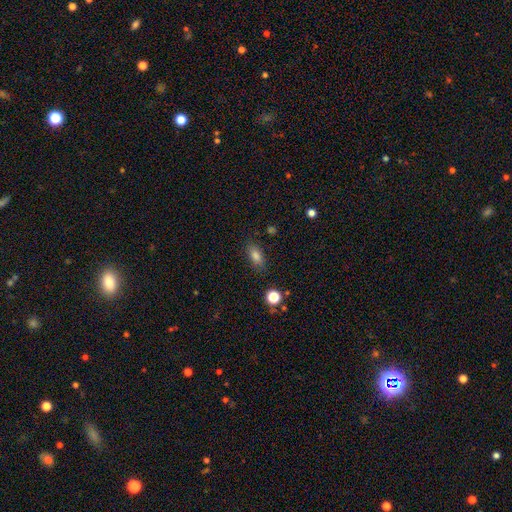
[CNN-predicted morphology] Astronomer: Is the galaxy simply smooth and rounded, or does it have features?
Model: smooth — 81%.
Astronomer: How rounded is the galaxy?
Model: in between — 82%.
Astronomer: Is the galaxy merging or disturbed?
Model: none — 84%.